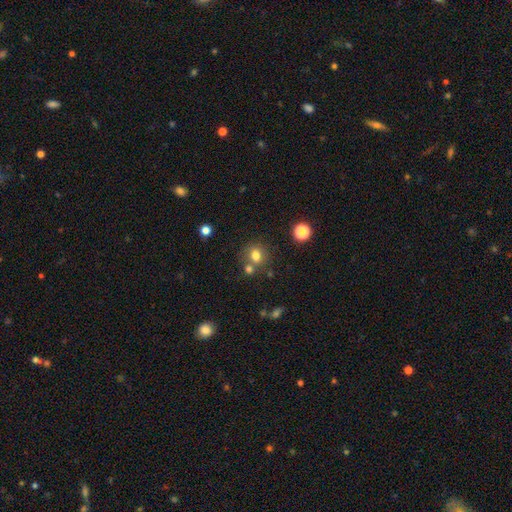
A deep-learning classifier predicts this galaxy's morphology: This appears to be a smooth galaxy with no disk features (77%) that is round (74%). Merging: none (63%).